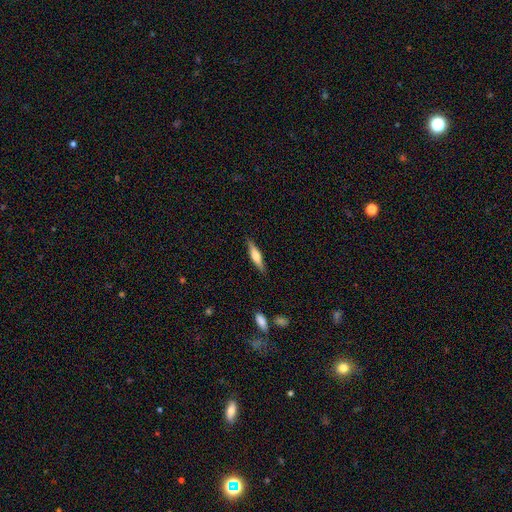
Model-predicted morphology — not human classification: smooth 52%, featured or disk 42%, star or artifact 6%. Down the decision tree: how rounded — cigar-shaped (75%); merging — none (86%).